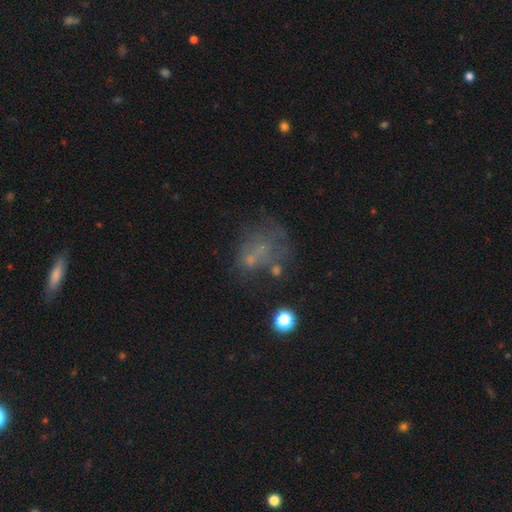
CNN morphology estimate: Smooth or featured: featured or disk — 41% (smooth — 34%)
Merging: none — 38% (major disturbance — 30%)